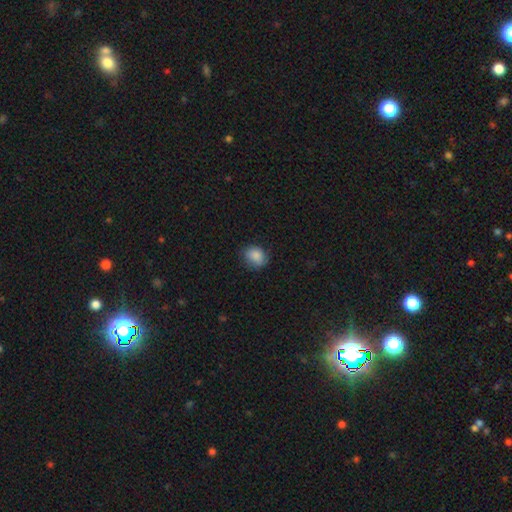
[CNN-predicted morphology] This is clearly a smooth galaxy (87%). How rounded: likely round (63%). Merging: likely none (77%).